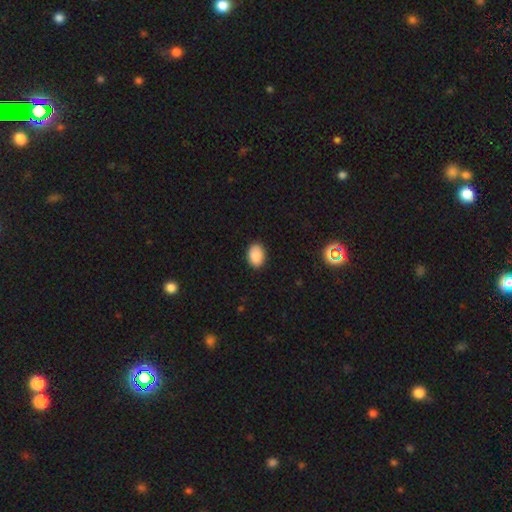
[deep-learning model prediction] smooth 89%, star or artifact 8%, featured or disk 3%. Down the decision tree: how rounded — in between (82%); merging — none (89%).